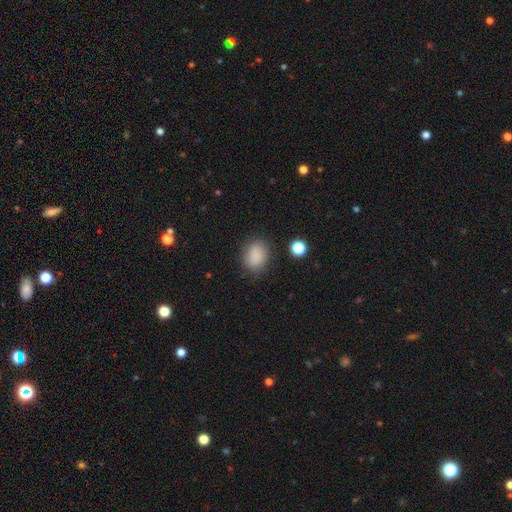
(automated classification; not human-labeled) This appears to be a smooth galaxy with no disk features (85%) that is in between round and cigar-shaped (59%). Merging: none (82%).